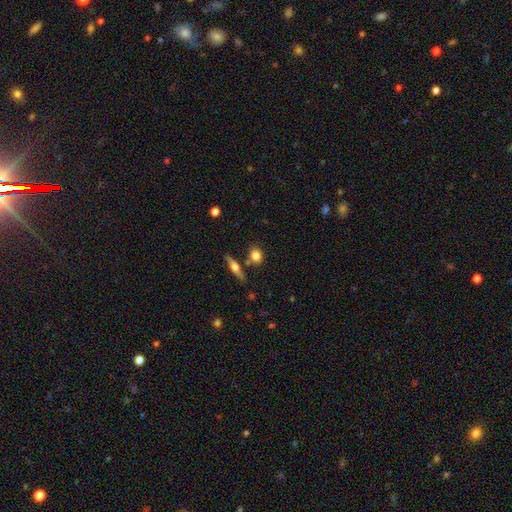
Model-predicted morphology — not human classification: Q: Smooth or featured?
A: smooth (78%); runner-up: featured or disk (13%)
Q: How rounded?
A: round (55%); runner-up: in between (39%)
Q: Merging?
A: none (73%); runner-up: merger (13%)